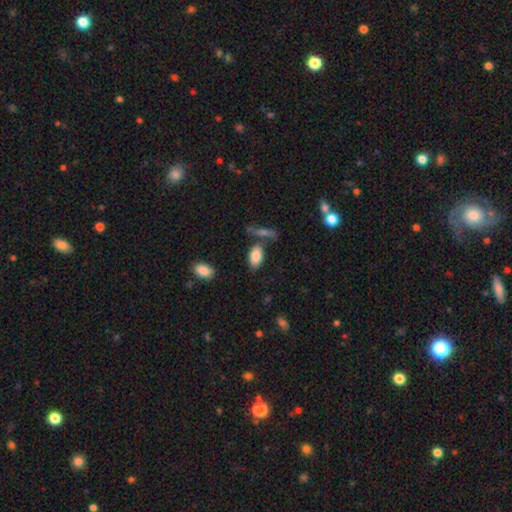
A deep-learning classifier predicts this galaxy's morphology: The model was most divided on "merging": none: 65%, minor disturbance: 15%, merger: 14%, major disturbance: 6%. More confident: how rounded — in between (94%); smooth or featured — smooth (84%).